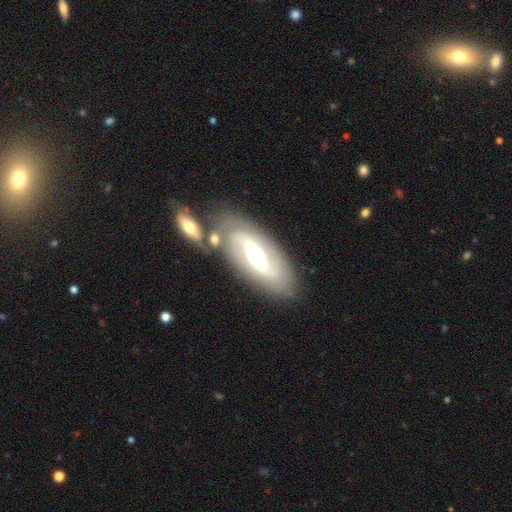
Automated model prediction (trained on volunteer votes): The model was most divided on "bar": strong: 42%, weak: 36%, no: 22%. More confident: edge-on disk — no (88%); spiral arms — yes (75%); smooth or featured — featured or disk (74%); merging — none (69%); bulge size — moderate (67%).